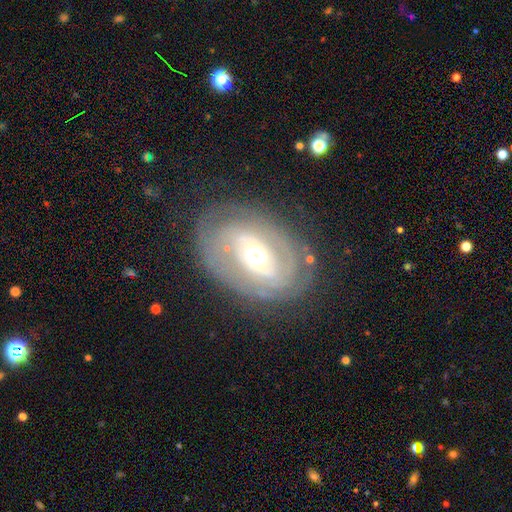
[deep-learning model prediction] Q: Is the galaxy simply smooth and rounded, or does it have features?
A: featured or disk — 81%.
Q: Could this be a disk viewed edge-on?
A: no — 95%.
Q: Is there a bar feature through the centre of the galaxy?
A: weak — 38%.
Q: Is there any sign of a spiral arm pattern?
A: yes — 82%.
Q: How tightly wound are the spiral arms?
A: tight — 59%.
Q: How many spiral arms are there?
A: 2 — 54%.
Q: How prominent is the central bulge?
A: moderate — 68%.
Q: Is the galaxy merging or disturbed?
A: none — 75%.